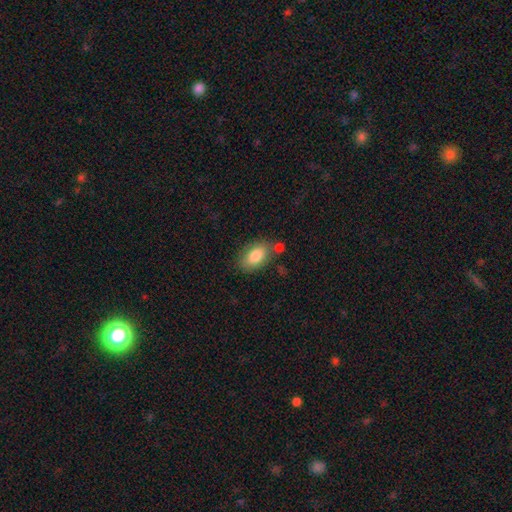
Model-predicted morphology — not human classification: This is clearly a smooth galaxy (83%). How rounded: clearly in between (91%). Merging: likely none (69%).